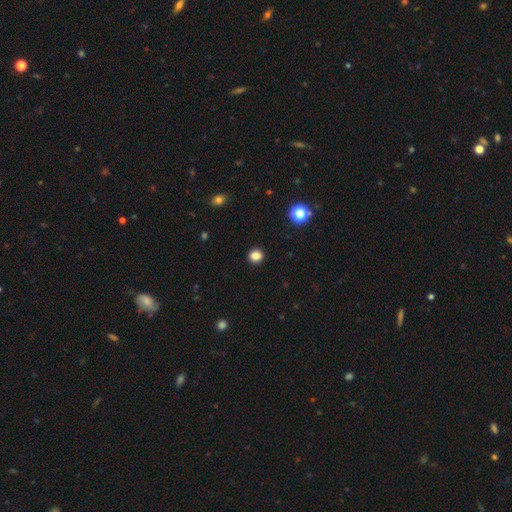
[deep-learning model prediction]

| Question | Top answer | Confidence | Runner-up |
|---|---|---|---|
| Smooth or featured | smooth | 83% | star or artifact (12%) |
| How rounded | round | 81% | in between (18%) |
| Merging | none | 91% | minor disturbance (6%) |